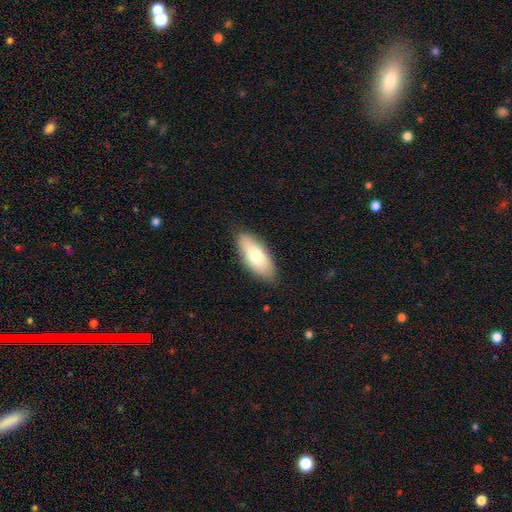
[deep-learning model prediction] Q: Smooth or featured?
A: smooth (77%); runner-up: featured or disk (17%)
Q: How rounded?
A: in between (83%); runner-up: cigar-shaped (15%)
Q: Merging?
A: none (84%); runner-up: minor disturbance (13%)